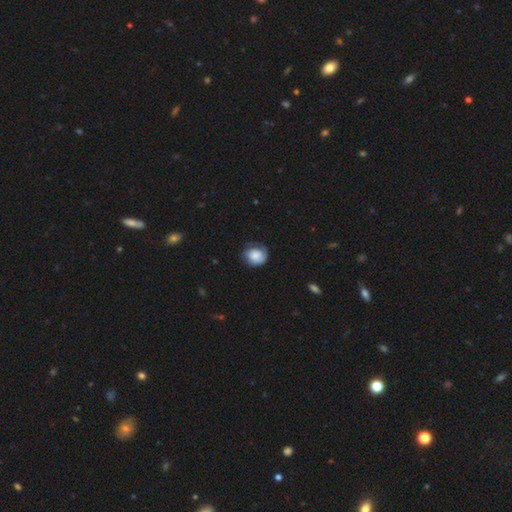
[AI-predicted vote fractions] smooth_or_featured: smooth (p=0.64) [alt: featured or disk p=0.29]
how_rounded: round (p=0.68) [alt: in between p=0.31]
merging: none (p=0.60) [alt: minor disturbance p=0.28]